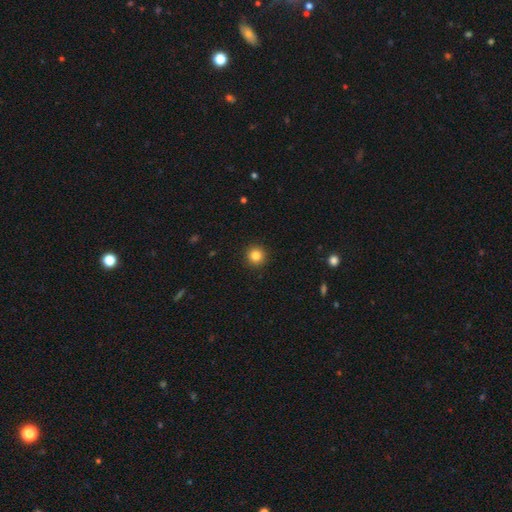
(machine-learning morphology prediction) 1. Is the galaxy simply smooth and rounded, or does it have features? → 83% smooth, 11% star or artifact, 5% featured or disk.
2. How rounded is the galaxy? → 96% round, 3% in between, 1% cigar-shaped.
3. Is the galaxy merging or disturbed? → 93% none, 4% minor disturbance, 2% major disturbance, 1% merger.